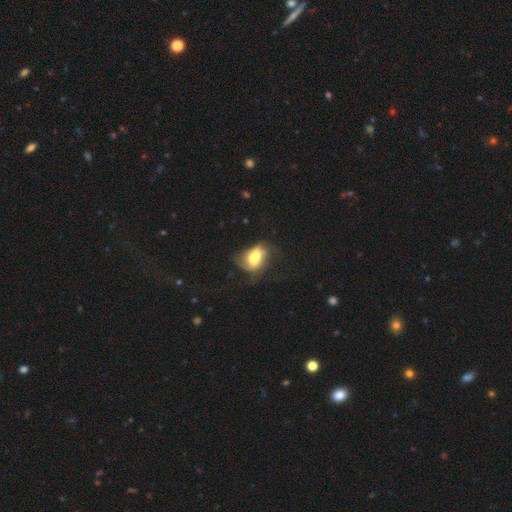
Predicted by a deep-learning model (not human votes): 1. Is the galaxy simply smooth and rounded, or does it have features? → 57% smooth, 33% featured or disk, 10% star or artifact.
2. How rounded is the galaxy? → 79% in between, 18% round, 2% cigar-shaped.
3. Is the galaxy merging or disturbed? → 37% none, 30% major disturbance, 29% minor disturbance, 4% merger.